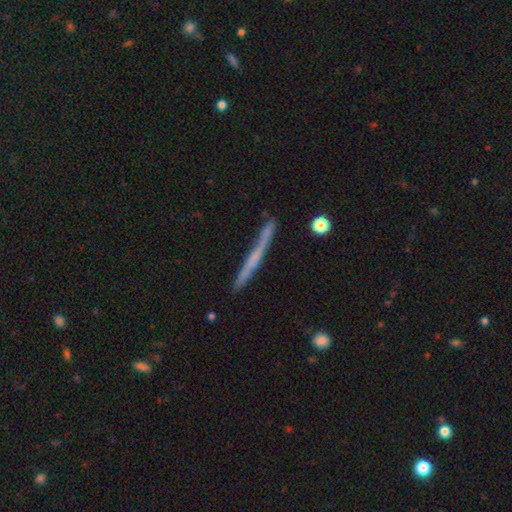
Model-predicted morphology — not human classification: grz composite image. It shows a featured or disk galaxy (51%) viewed edge-on (95%). Merging: none (79%).